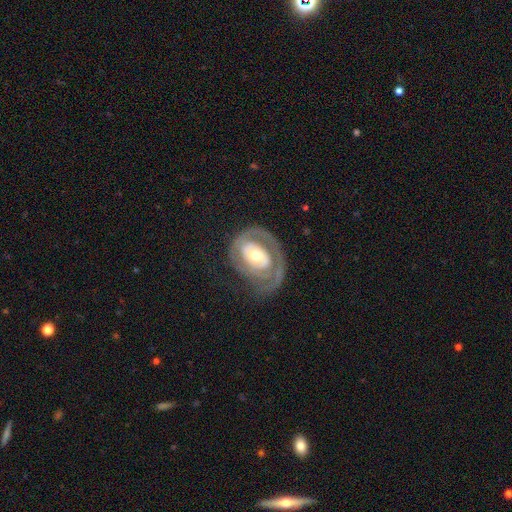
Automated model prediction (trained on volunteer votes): Overall: featured or disk (80%). Edge-on disk: no (96%). Bar: no (62%; weak 27%). Spiral arms: yes (79%). Spiral arm count: 1 (42%; 2 32%). Spiral winding: tight (66%). Bulge size: moderate (59%; small 30%). Merging: none (58%; major disturbance 20%).